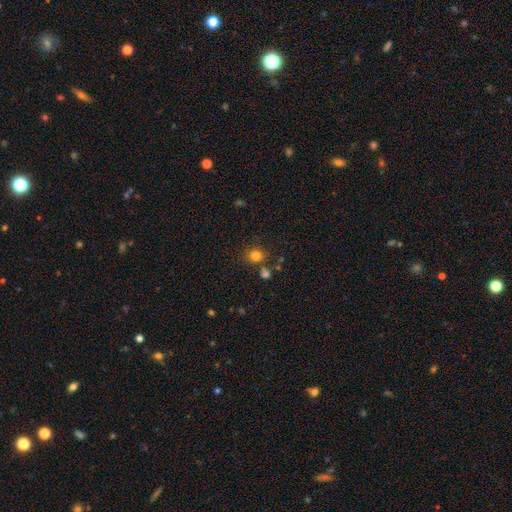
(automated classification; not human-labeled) smooth_or_featured: smooth (p=0.80) [alt: star or artifact p=0.14]
how_rounded: round (p=0.78) [alt: in between p=0.21]
merging: none (p=0.76) [alt: merger p=0.11]